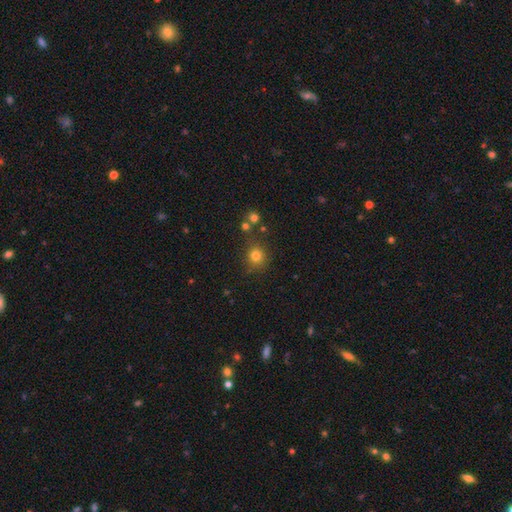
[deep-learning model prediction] A smooth galaxy with no disk features (79%) that is round (88%). Merging: none (79%).